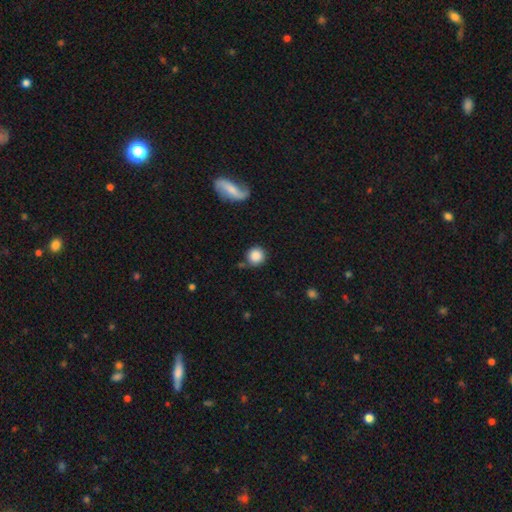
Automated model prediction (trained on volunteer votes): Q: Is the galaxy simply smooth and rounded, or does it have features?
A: smooth — 86%.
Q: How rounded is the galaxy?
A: round — 92%.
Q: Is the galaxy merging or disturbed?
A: none — 79%.